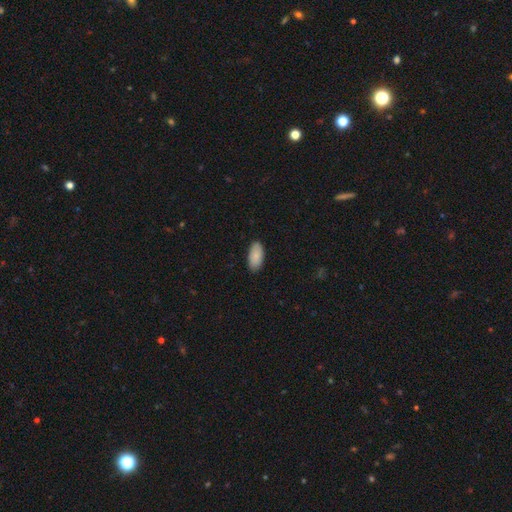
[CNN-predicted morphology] type=smooth (86%); roundness=in between (94%); merging=none (87%).